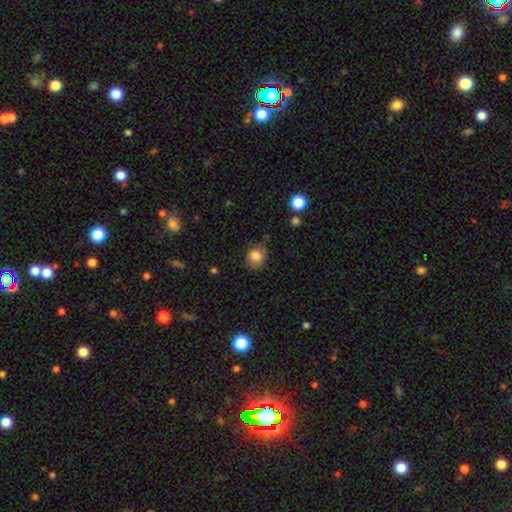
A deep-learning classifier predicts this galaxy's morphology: This is clearly a smooth galaxy (82%). How rounded: likely round (71%). Merging: likely none (64%).